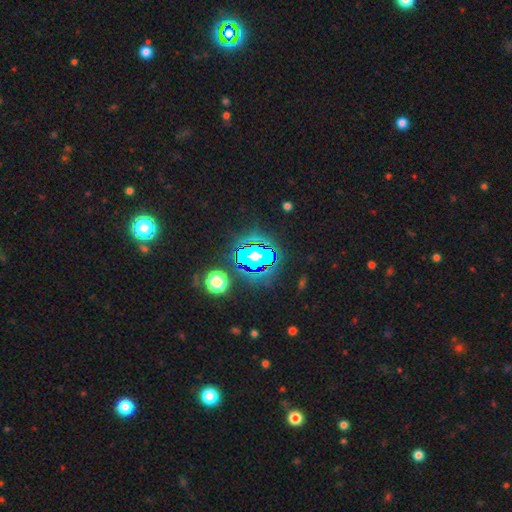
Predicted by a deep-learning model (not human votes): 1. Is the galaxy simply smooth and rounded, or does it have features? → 81% star or artifact, 12% smooth, 7% featured or disk.